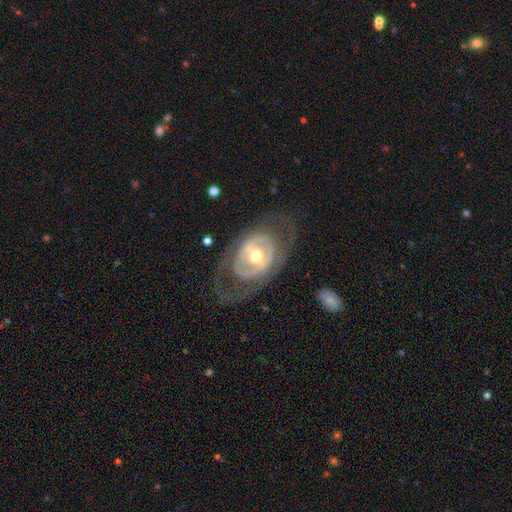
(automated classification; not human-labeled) featured or disk 79%, smooth 17%, star or artifact 5%. Down the decision tree: edge-on disk — no (93%); bar — no (48%); spiral arms — no (53%); bulge size — moderate (66%); merging — none (66%).